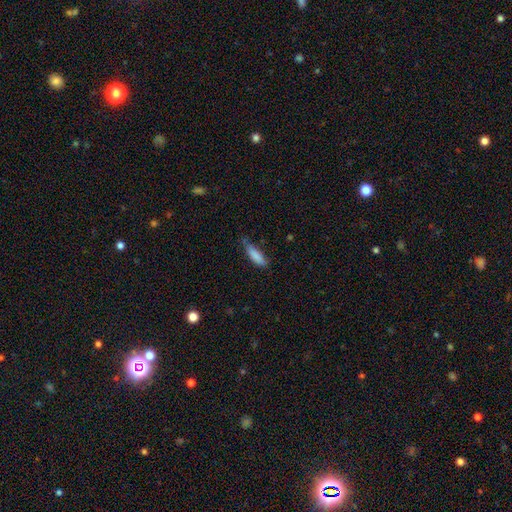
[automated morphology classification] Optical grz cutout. It shows a smooth galaxy with no disk features (85%) that is cigar-shaped (55%). Merging: none (57%).